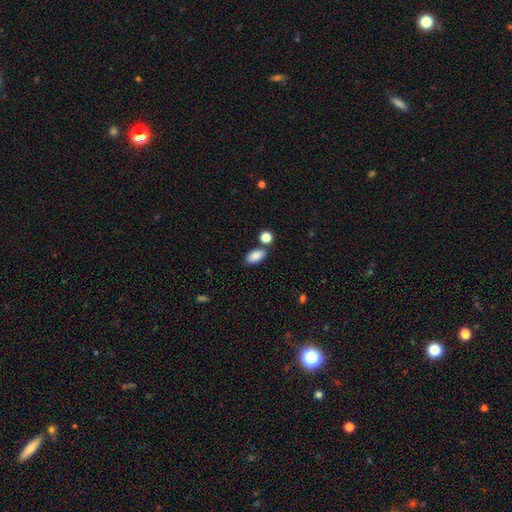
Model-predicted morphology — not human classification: smooth-or-featured: smooth: 87% | star or artifact: 7% | featured or disk: 5%
  how-rounded: in between: 92% | round: 5% | cigar-shaped: 3%
  merging: none: 76% | minor disturbance: 11% | merger: 10% | major disturbance: 3%